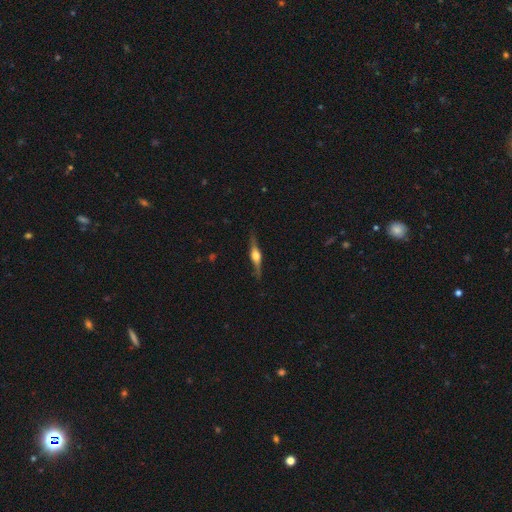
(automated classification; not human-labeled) This is likely a featured or disk galaxy (74%). It is clearly viewed edge-on (97%). Edge-on bulge: clearly rounded (91%). Merging: clearly none (85%).